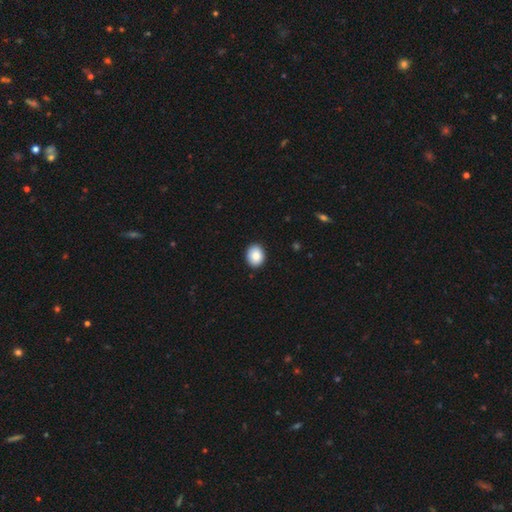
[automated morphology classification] The model was most divided on "how rounded": round: 52%, in between: 47%, cigar-shaped: 1%. More confident: merging — none (91%); smooth or featured — smooth (86%).